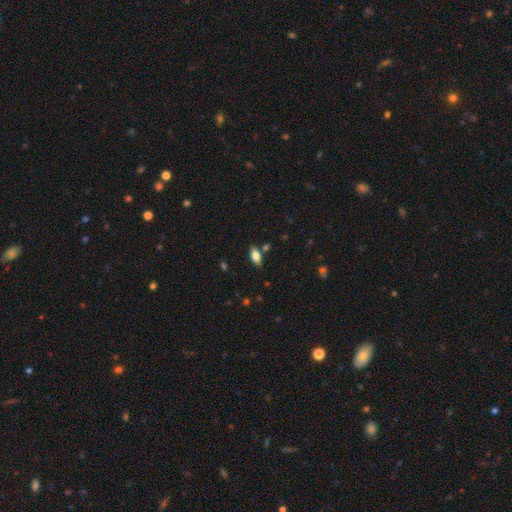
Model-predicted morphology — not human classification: smooth-or-featured: smooth: 74% | featured or disk: 18% | star or artifact: 8%
  how-rounded: in between: 88% | cigar-shaped: 9% | round: 3%
  merging: none: 82% | minor disturbance: 11% | merger: 5% | major disturbance: 2%